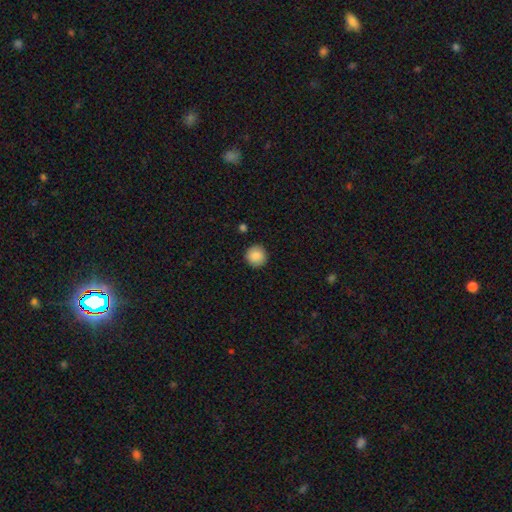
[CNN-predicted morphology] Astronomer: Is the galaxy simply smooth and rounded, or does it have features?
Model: smooth — 87%.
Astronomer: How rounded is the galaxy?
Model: round — 94%.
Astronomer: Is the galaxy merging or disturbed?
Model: none — 91%.